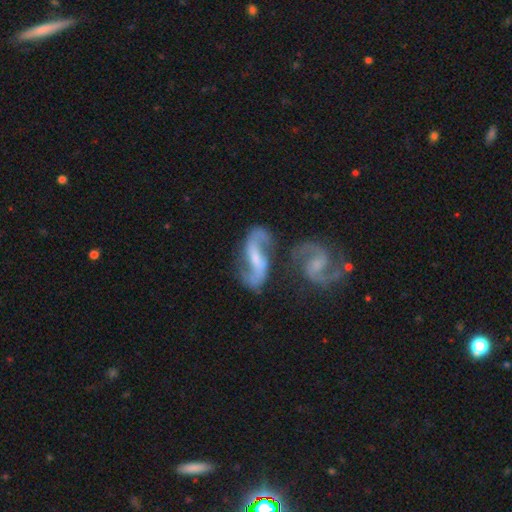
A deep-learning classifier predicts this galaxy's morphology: This is clearly a featured or disk galaxy (86%). It is clearly not viewed edge-on (95%). Bar: marginally weak (43%). Spiral arm pattern: clearly yes (95%). Spiral arm count: clearly 2 (91%). Spiral winding: possibly loose (46%). Central bulge: possibly small (49%). Merging: possibly none (46%).